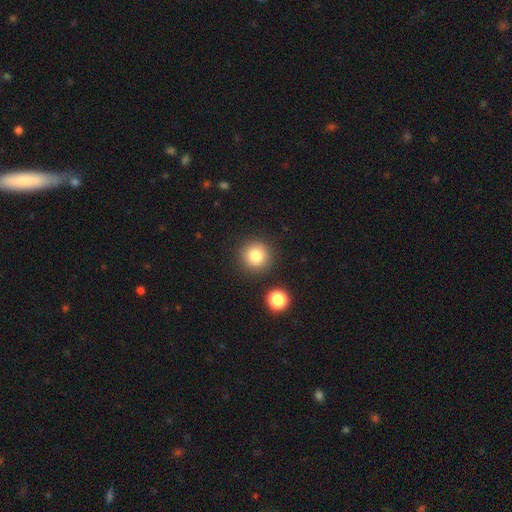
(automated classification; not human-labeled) Overall: smooth (80%). How rounded: round (95%). Merging: none (87%).